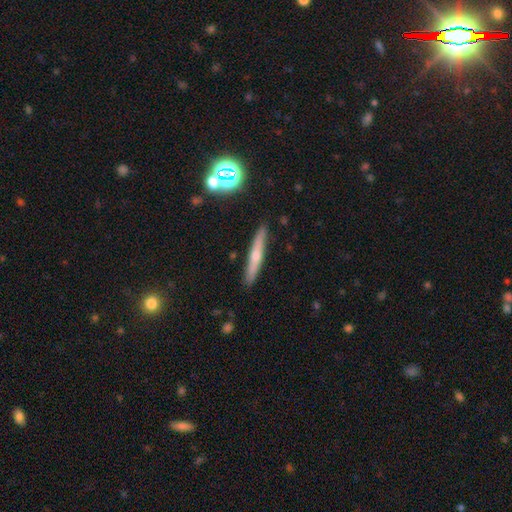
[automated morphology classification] Overall: featured or disk (48%; smooth 43%). Merging: none (88%).